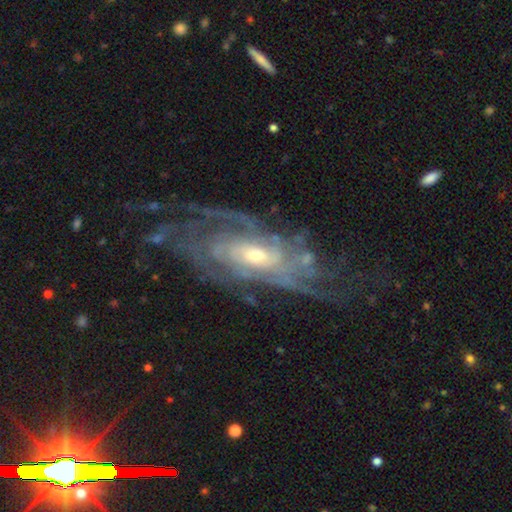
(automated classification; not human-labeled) This is clearly a featured or disk galaxy (88%). It is clearly not viewed edge-on (92%). Bar: possibly no (59%). Spiral arm pattern: clearly yes (95%). Spiral arm count: marginally can't tell (35%). Spiral winding: likely tight (61%). Central bulge: possibly small (48%). Merging: likely none (63%).